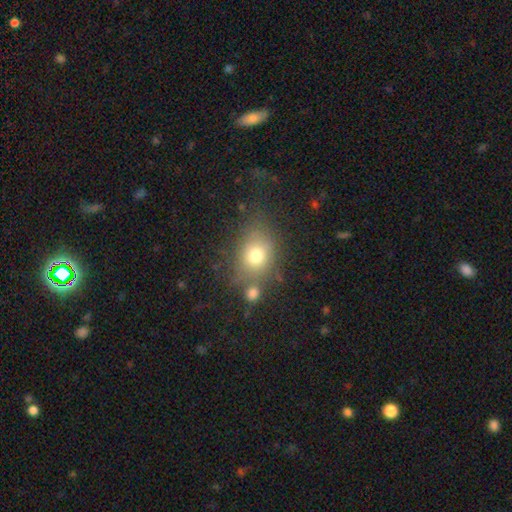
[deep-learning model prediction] A smooth galaxy with no disk features (74%) that is in between round and cigar-shaped (53%).

Vote fractions:
- Smooth or featured? smooth: 74% / featured or disk: 14% / star or artifact: 13%
- How rounded? in between: 53% / round: 46% / cigar-shaped: 2%
- Merging? none: 61% / minor disturbance: 17% / merger: 13% / major disturbance: 8%